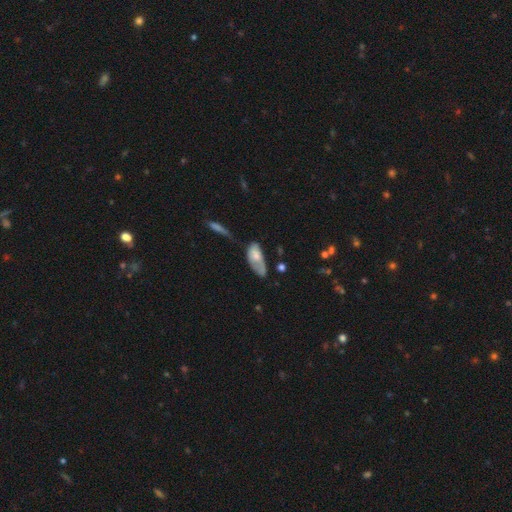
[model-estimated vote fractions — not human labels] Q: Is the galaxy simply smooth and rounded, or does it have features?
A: smooth — 65%.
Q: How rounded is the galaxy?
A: in between — 86%.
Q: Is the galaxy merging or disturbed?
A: minor disturbance — 37%.